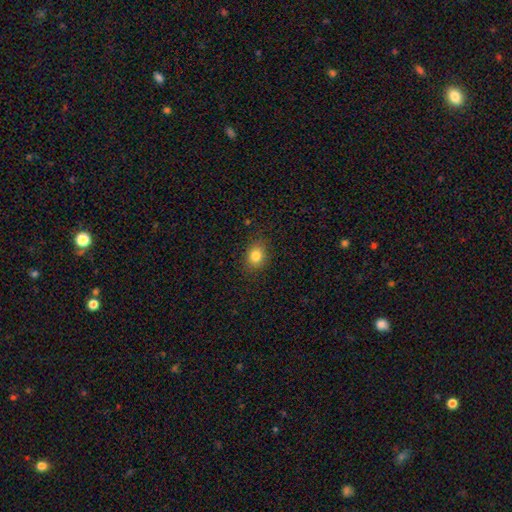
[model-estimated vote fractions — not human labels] A smooth galaxy with no disk features (82%) that is in between round and cigar-shaped (52%).

Vote fractions:
- Smooth or featured? smooth: 82% / star or artifact: 11% / featured or disk: 7%
- How rounded? in between: 52% / round: 47% / cigar-shaped: 1%
- Merging? none: 85% / minor disturbance: 11% / major disturbance: 3% / merger: 1%